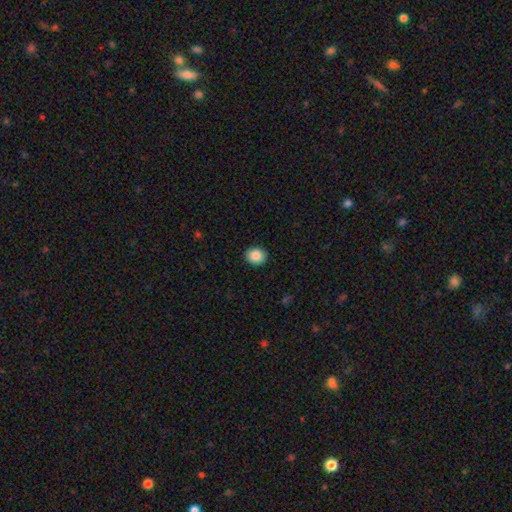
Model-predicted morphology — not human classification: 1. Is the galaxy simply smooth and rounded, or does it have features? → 87% smooth, 9% star or artifact, 4% featured or disk.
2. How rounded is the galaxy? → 76% round, 23% in between, 1% cigar-shaped.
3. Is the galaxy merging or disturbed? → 92% none, 6% minor disturbance, 2% major disturbance, 1% merger.